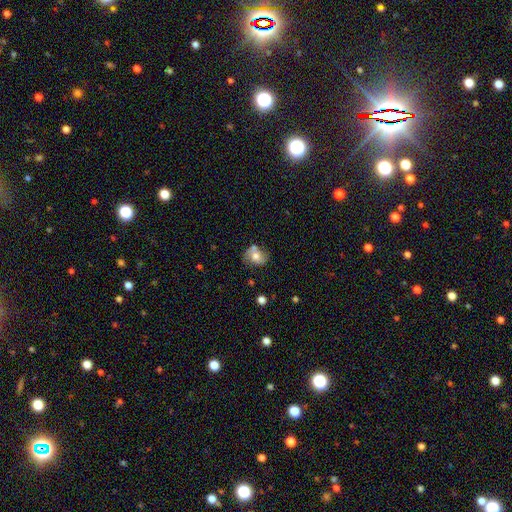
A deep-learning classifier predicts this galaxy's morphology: The model was most divided on "how rounded": round: 50%, in between: 49%, cigar-shaped: 1%. More confident: merging — none (55%); smooth or featured — smooth (50%).